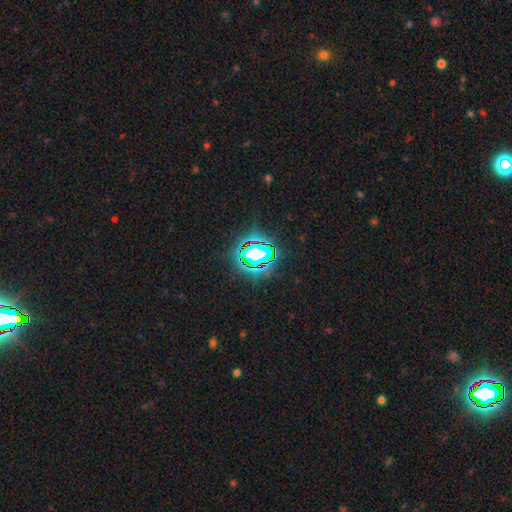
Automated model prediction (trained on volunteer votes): star or artifact 72%, smooth 16%, featured or disk 12%.